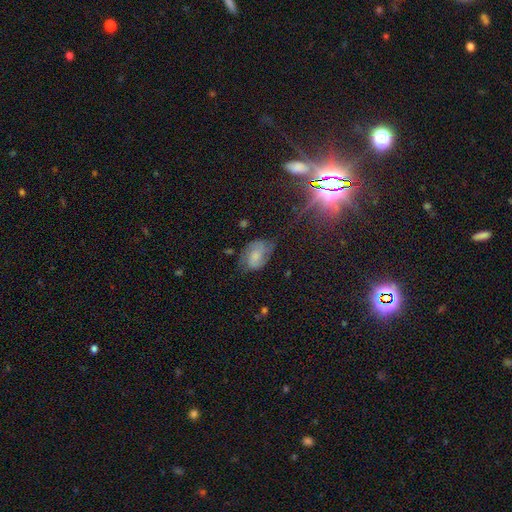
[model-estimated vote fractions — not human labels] Smooth or featured? featured or disk (52%)
Edge-on disk? no (96%)
Bar? no (57%)
Spiral arms? yes (86%)
Bulge size? small (32%)
Merging? none (59%)